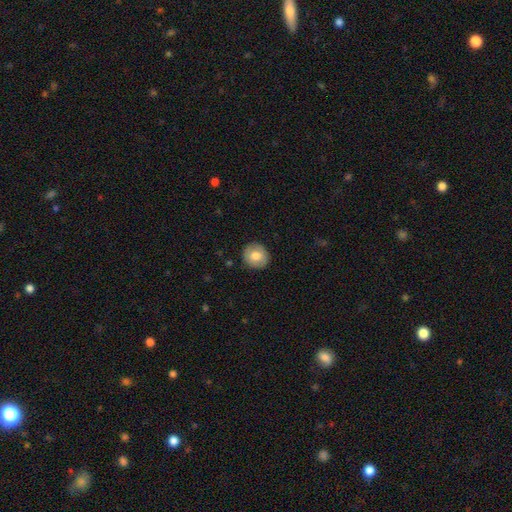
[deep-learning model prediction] Morphology: type=smooth (78%); roundness=round (89%); merging=none (90%).